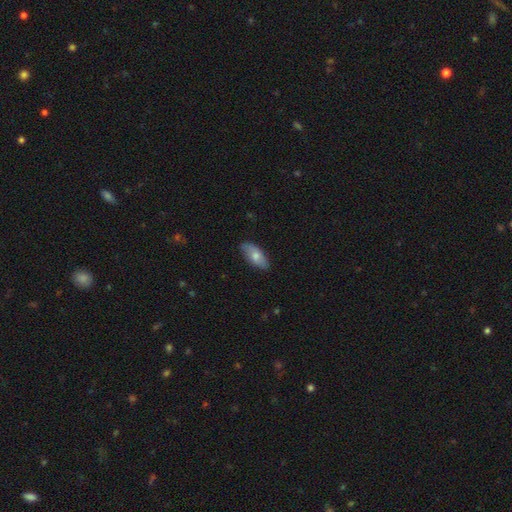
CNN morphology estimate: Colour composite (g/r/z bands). It shows a smooth galaxy with no disk features (71%) that is in between round and cigar-shaped (88%). Merging: none (83%).